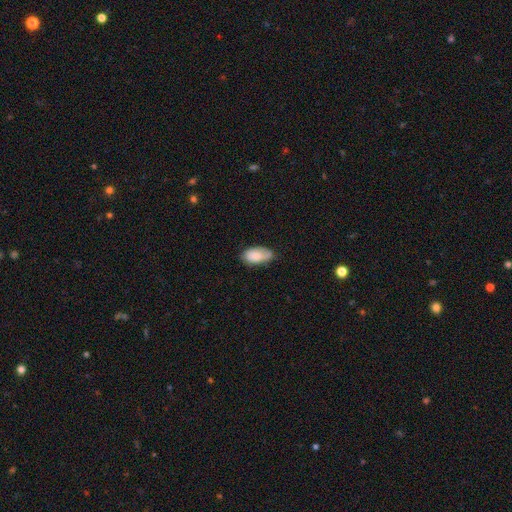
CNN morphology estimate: A smooth galaxy with no disk features (81%) that is in between round and cigar-shaped (94%).

Vote fractions:
- Smooth or featured? smooth: 81% / featured or disk: 13% / star or artifact: 7%
- How rounded? in between: 94% / round: 3% / cigar-shaped: 3%
- Merging? none: 59% / minor disturbance: 32% / major disturbance: 7% / merger: 2%